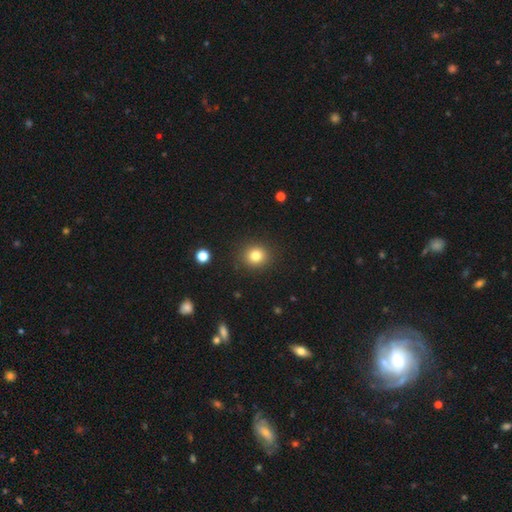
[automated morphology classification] Smooth or featured? smooth (81%)
How rounded? round (86%)
Merging? none (90%)